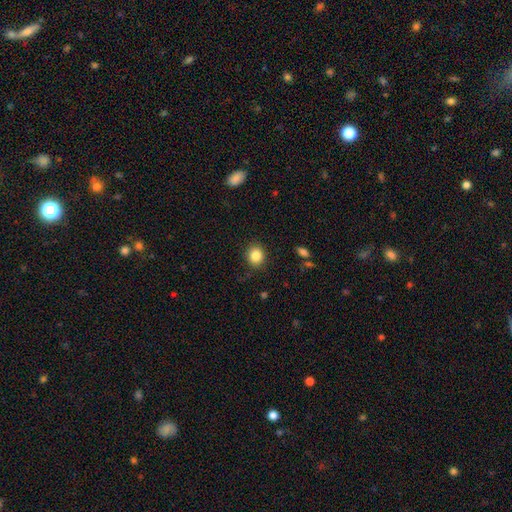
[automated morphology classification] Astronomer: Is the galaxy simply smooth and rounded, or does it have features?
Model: smooth — 85%.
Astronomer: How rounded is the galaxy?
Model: round — 74%.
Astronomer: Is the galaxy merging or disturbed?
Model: none — 89%.